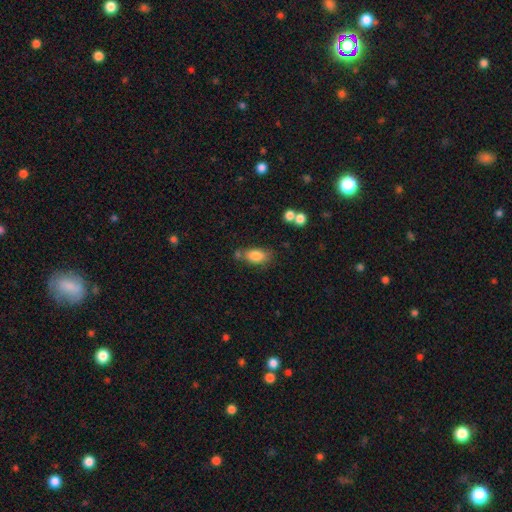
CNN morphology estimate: The model was most divided on "merging": none: 61%, minor disturbance: 20%, merger: 13%, major disturbance: 6%. More confident: how rounded — in between (88%); smooth or featured — smooth (83%).